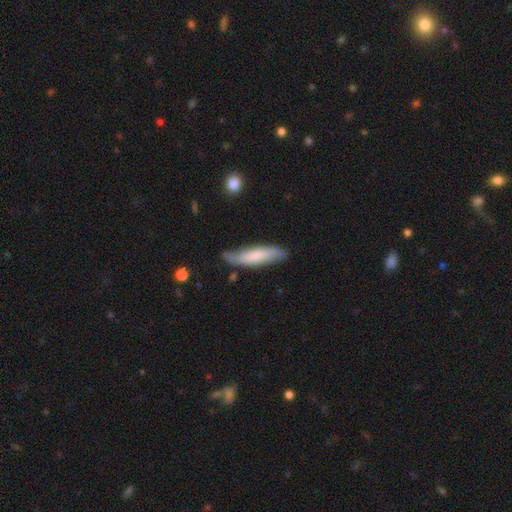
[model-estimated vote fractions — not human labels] smooth-or-featured: smooth: 60% | featured or disk: 34% | star or artifact: 6%
  how-rounded: cigar-shaped: 74% | in between: 24% | round: 2%
  merging: none: 70% | minor disturbance: 23% | major disturbance: 5% | merger: 2%